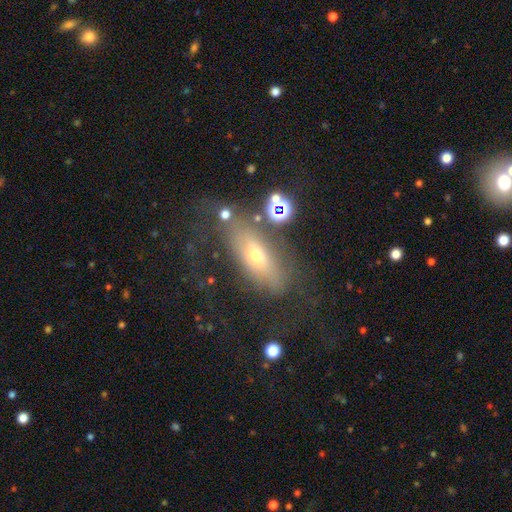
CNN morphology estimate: smooth 45%, featured or disk 41%, star or artifact 14%. Down the decision tree: merging — none (49%).